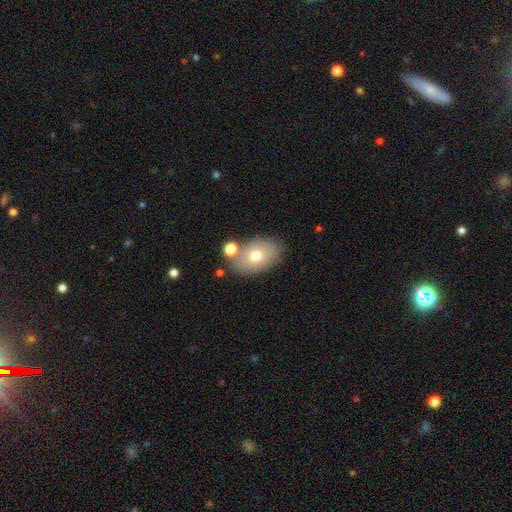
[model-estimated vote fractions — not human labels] The model was most divided on "smooth or featured": smooth: 70%, featured or disk: 20%, star or artifact: 9%. More confident: how rounded — in between (85%); merging — none (72%).